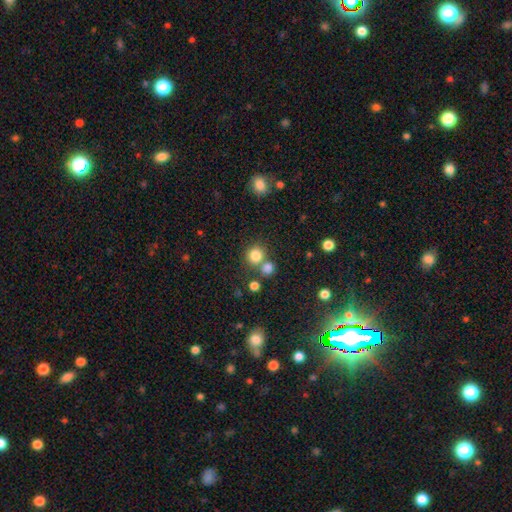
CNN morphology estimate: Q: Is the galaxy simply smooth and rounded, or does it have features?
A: smooth — 81%.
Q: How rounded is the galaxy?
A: round — 89%.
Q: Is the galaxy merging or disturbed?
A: none — 66%.